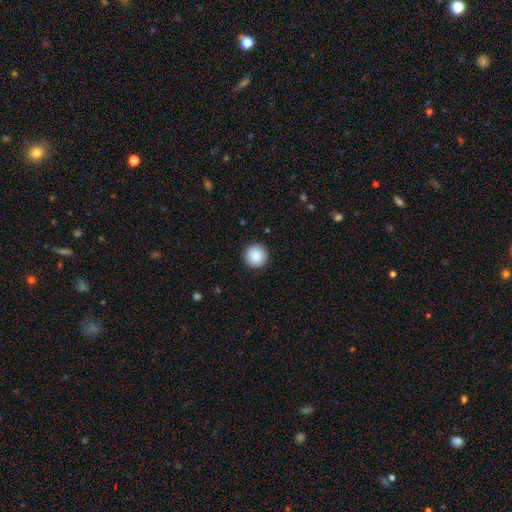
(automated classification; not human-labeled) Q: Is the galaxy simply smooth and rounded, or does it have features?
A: smooth — 90%.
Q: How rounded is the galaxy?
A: round — 96%.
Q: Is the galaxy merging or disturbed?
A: none — 93%.